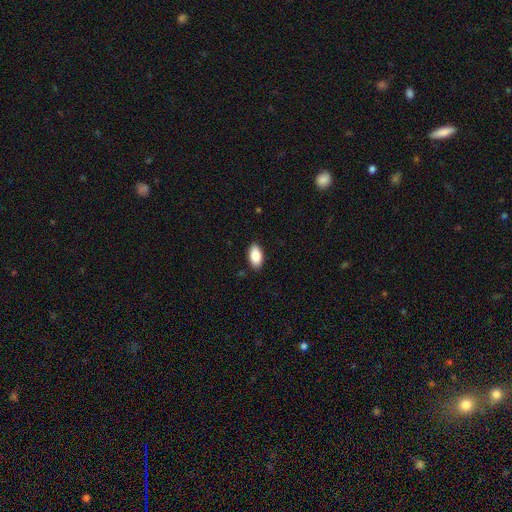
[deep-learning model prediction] This is clearly a smooth galaxy (86%). How rounded: clearly in between (94%). Merging: clearly none (88%).